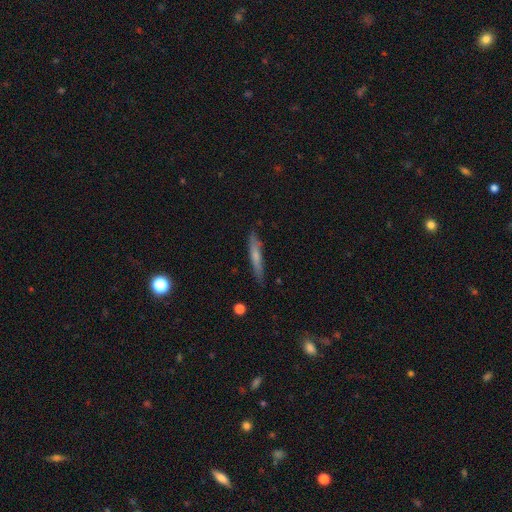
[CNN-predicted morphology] smooth 56%, featured or disk 38%, star or artifact 7%. Down the decision tree: how rounded — cigar-shaped (92%); merging — none (84%).